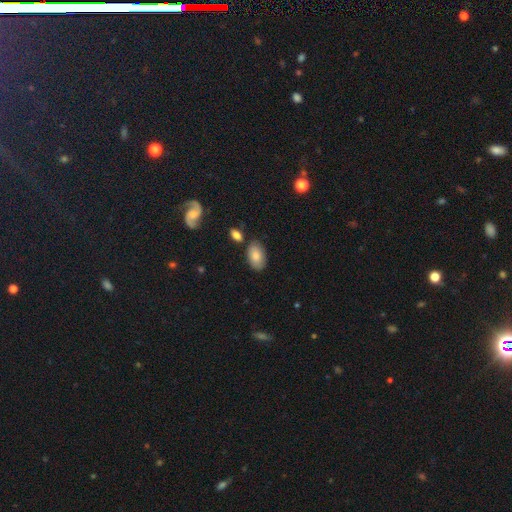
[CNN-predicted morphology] Overall: smooth (81%). How rounded: in between (93%). Merging: none (78%).